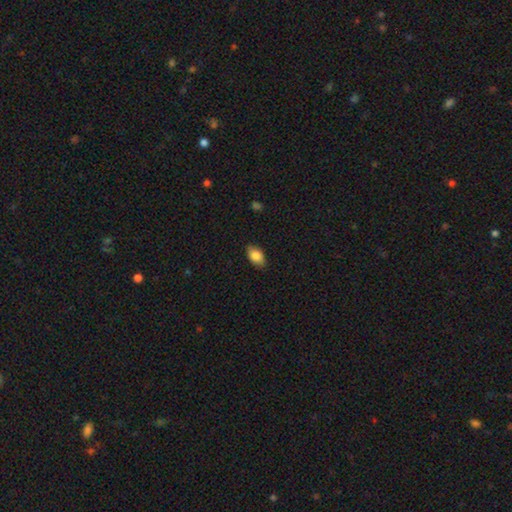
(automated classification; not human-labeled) A smooth galaxy with no disk features (86%) that is in between round and cigar-shaped (91%).

Vote fractions:
- Smooth or featured? smooth: 86% / star or artifact: 7% / featured or disk: 7%
- How rounded? in between: 91% / round: 7% / cigar-shaped: 2%
- Merging? none: 86% / minor disturbance: 11% / major disturbance: 2% / merger: 1%